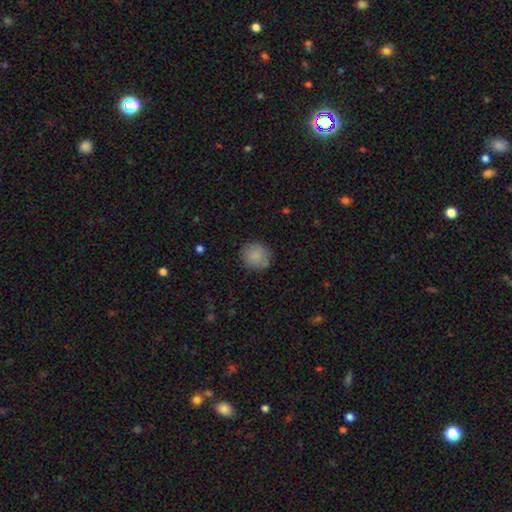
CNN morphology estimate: Q: Smooth or featured?
A: smooth (85%); runner-up: star or artifact (8%)
Q: How rounded?
A: round (89%); runner-up: in between (10%)
Q: Merging?
A: none (82%); runner-up: minor disturbance (13%)